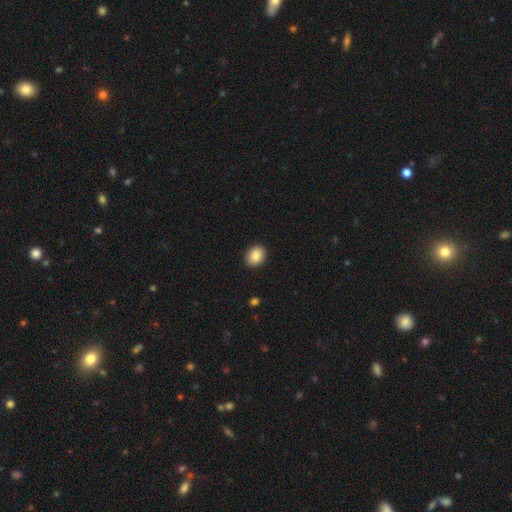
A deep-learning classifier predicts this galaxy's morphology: This is clearly a smooth galaxy (86%). How rounded: possibly round (53%). Merging: clearly none (91%).